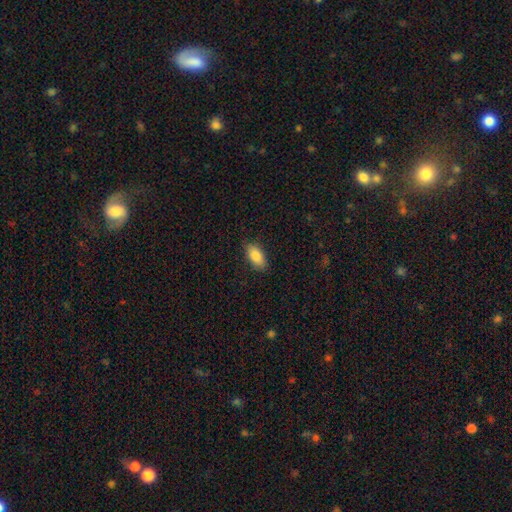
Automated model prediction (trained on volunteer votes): Smooth or featured? smooth (84%)
How rounded? in between (91%)
Merging? none (86%)